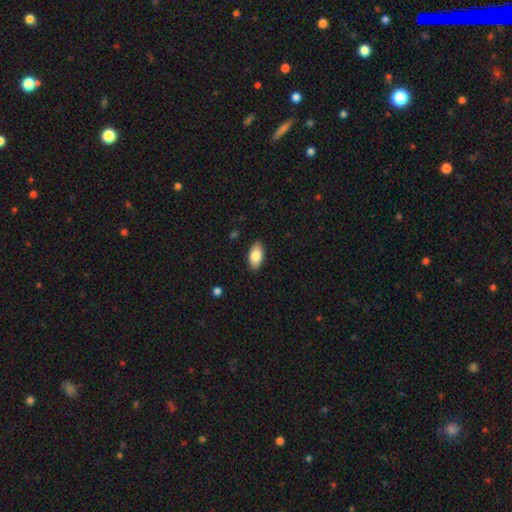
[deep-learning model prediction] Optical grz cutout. It shows a smooth galaxy with no disk features (83%) that is in between round and cigar-shaped (93%). Merging: none (88%).